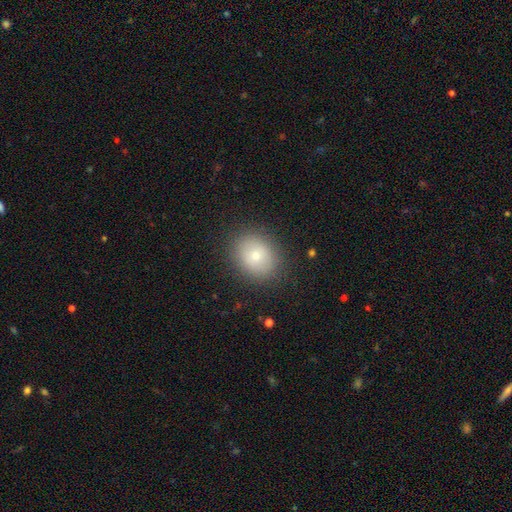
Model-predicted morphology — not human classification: The model was most divided on "how rounded": round: 62%, in between: 38%, cigar-shaped: 1%. More confident: merging — none (86%); smooth or featured — smooth (75%).